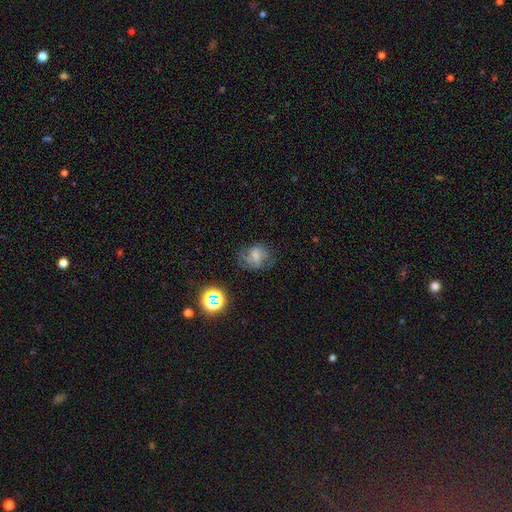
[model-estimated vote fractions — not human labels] The model was most divided on "smooth or featured": smooth: 48%, featured or disk: 36%, star or artifact: 15%. More confident: merging — none (56%).